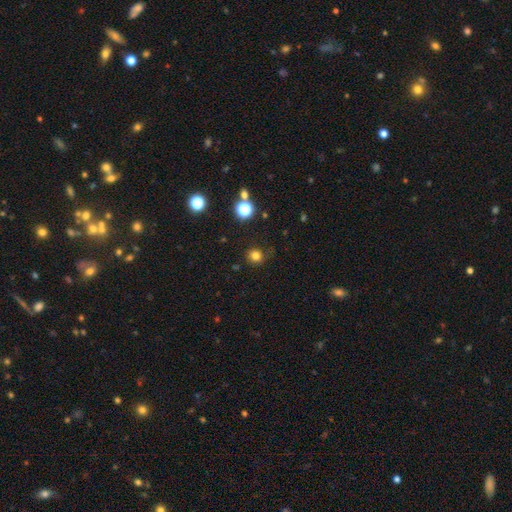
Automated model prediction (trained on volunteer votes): Morphology: type=smooth (78%); roundness=round (88%); merging=none (82%).